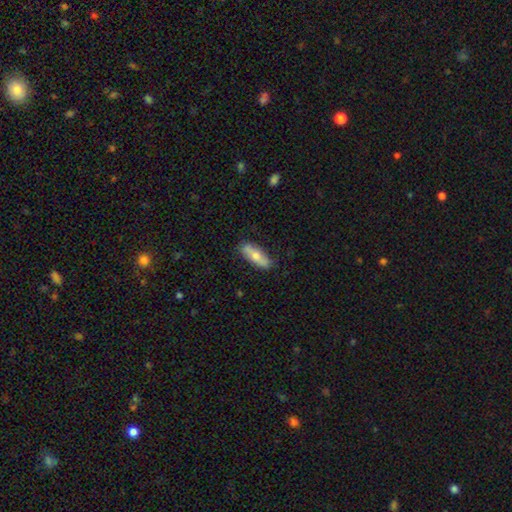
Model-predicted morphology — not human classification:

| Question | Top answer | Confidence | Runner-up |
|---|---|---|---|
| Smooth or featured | smooth | 61% | featured or disk (33%) |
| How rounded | in between | 50% | cigar-shaped (47%) |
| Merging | none | 82% | minor disturbance (14%) |